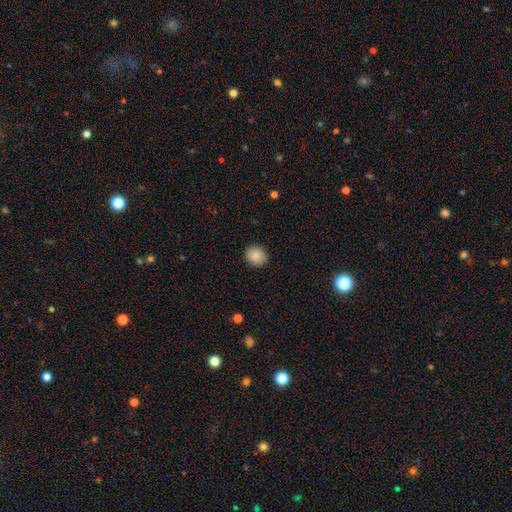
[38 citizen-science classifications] smooth 87%, featured or disk 8%, star or artifact 5%. Down the decision tree: how rounded — round (82%); merging — none (86%).